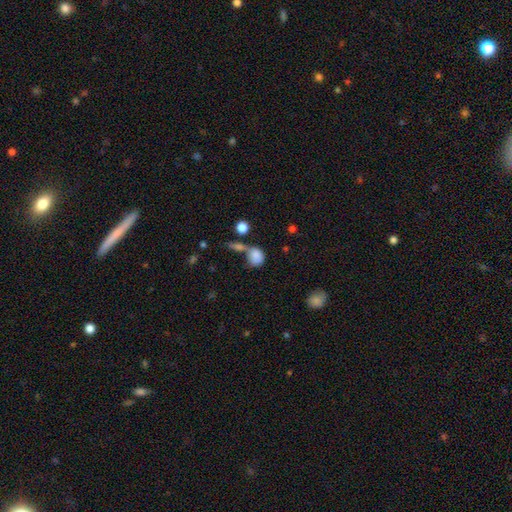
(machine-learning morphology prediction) A smooth galaxy with no disk features (82%) that is round (62%). Merging: none (40%).